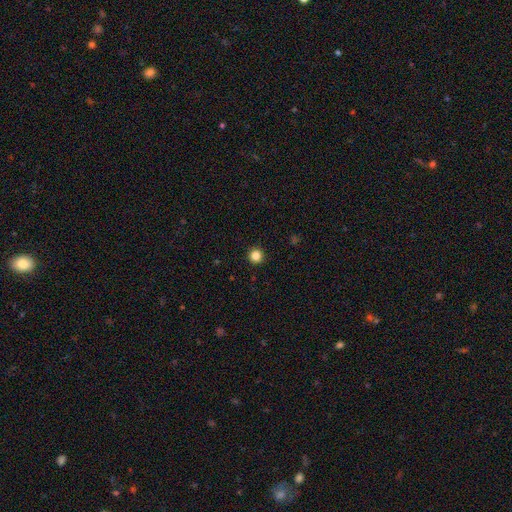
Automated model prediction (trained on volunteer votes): Morphology: type=smooth (85%); roundness=round (96%); merging=none (93%).